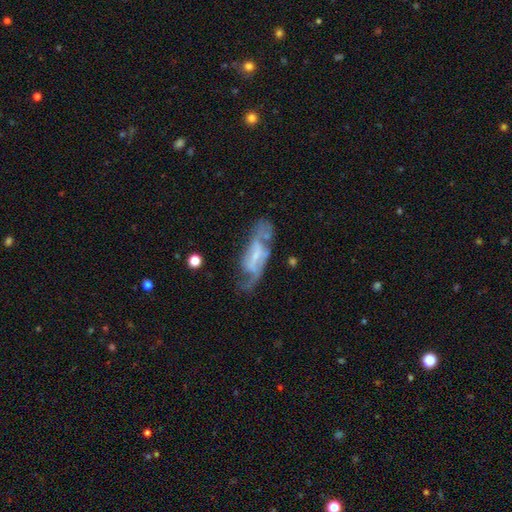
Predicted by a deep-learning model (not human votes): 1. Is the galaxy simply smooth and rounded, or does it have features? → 73% featured or disk, 19% smooth, 8% star or artifact.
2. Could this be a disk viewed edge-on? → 83% no, 17% yes.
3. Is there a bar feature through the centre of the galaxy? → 44% weak, 29% no, 28% strong.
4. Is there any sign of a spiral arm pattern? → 76% yes, 24% no.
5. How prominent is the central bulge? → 54% small, 23% moderate, 19% none, 3% large, 1% dominant.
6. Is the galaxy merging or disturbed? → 45% none, 25% major disturbance, 24% minor disturbance, 6% merger.